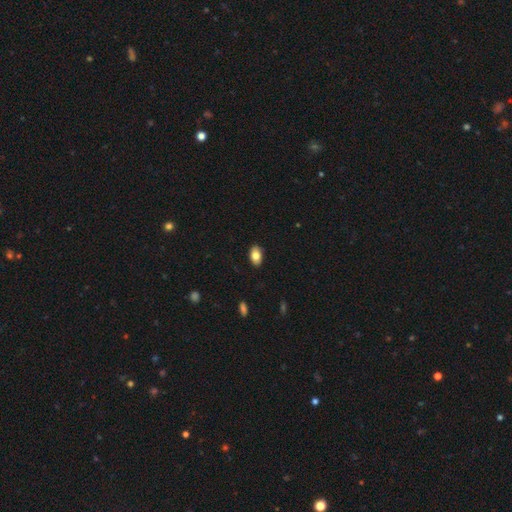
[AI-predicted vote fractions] Smooth or featured?
  - smooth: 80% *
  - featured or disk: 12%
  - star or artifact: 7%
How rounded?
  - in between: 91% *
  - round: 8%
  - cigar-shaped: 2%
Merging?
  - none: 88% *
  - minor disturbance: 9%
  - major disturbance: 2%
  - merger: 1%